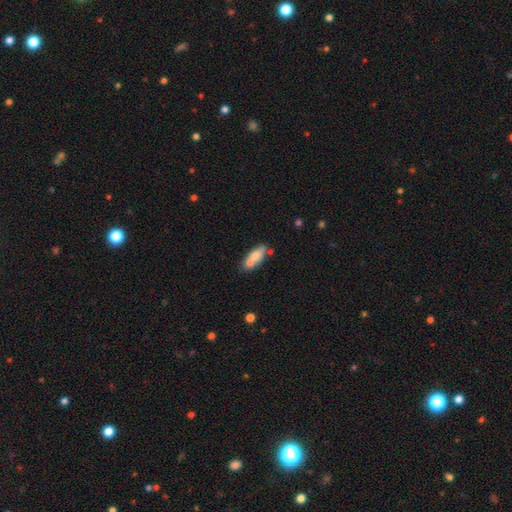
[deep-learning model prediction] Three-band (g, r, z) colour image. It shows a smooth galaxy with no disk features (68%) that is in between round and cigar-shaped (71%). Merging: none (44%).